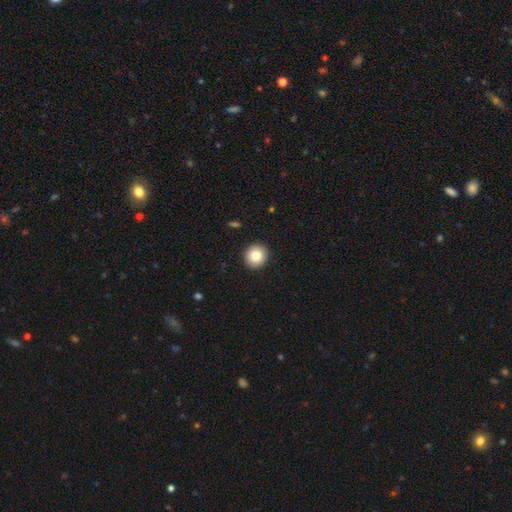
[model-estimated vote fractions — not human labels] A smooth galaxy with no disk features (83%) that is round (92%). Merging: none (93%).